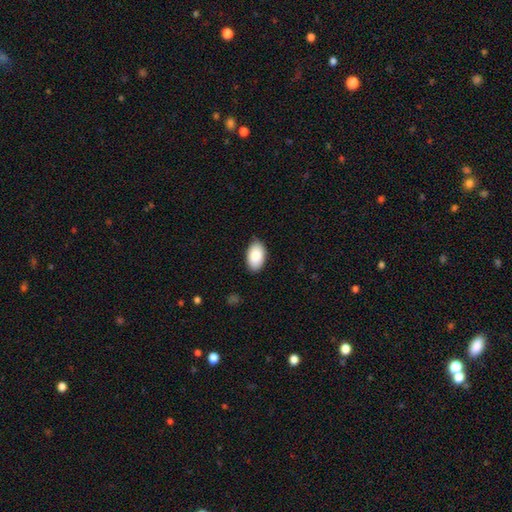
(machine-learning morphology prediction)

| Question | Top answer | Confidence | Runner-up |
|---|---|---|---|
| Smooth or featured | smooth | 88% | star or artifact (6%) |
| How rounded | in between | 95% | round (4%) |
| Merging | none | 84% | minor disturbance (12%) |